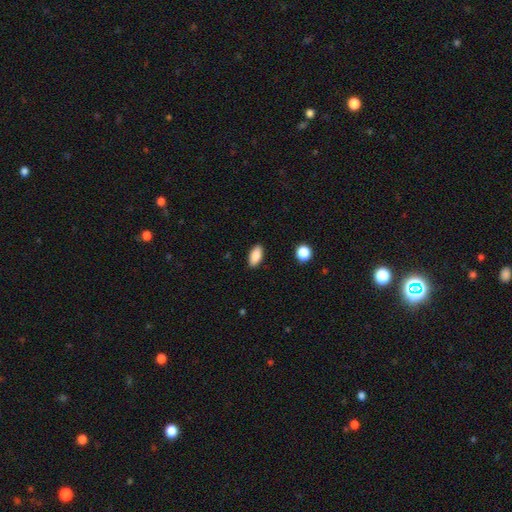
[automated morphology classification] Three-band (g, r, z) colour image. It shows a smooth galaxy with no disk features (85%) that is in between round and cigar-shaped (92%). Merging: none (89%).